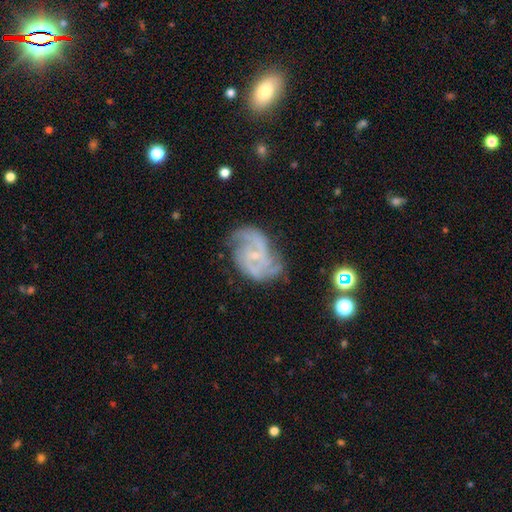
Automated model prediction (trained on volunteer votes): smooth-or-featured: featured or disk: 87% | smooth: 7% | star or artifact: 6%
  disk-edge-on: no: 98% | yes: 2%
    bar: no: 54% | weak: 38% | strong: 8%
    has-spiral-arms: yes: 96% | no: 4%
      spiral-winding: medium: 52% | tight: 30% | loose: 19%
      spiral-arm-count: 2: 54% | 3: 19% | can't tell: 14% | 4: 5% | 1: 4% | more than 4: 4%
    bulge-size: small: 78% | moderate: 14% | none: 6% | large: 1% | dominant: 1%
  merging: none: 62% | minor disturbance: 23% | major disturbance: 12% | merger: 3%